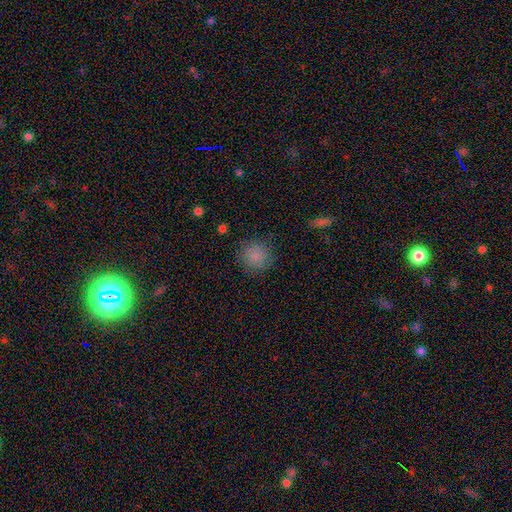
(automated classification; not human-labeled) The model was most divided on "smooth or featured": smooth: 84%, star or artifact: 10%, featured or disk: 6%. More confident: how rounded — round (92%); merging — none (85%).